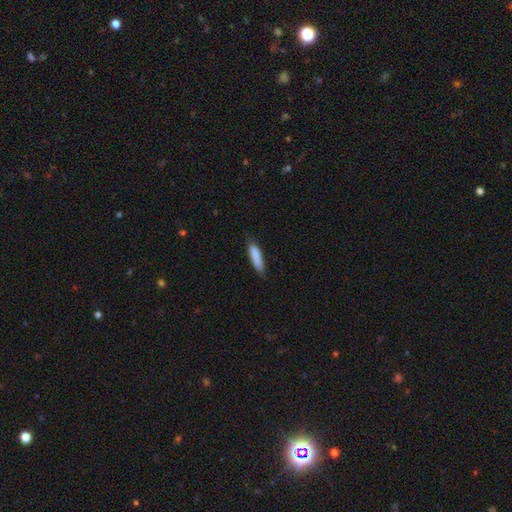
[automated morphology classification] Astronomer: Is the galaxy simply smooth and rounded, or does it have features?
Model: smooth — 86%.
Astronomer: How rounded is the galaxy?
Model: cigar-shaped — 73%.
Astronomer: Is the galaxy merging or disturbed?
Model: none — 77%.